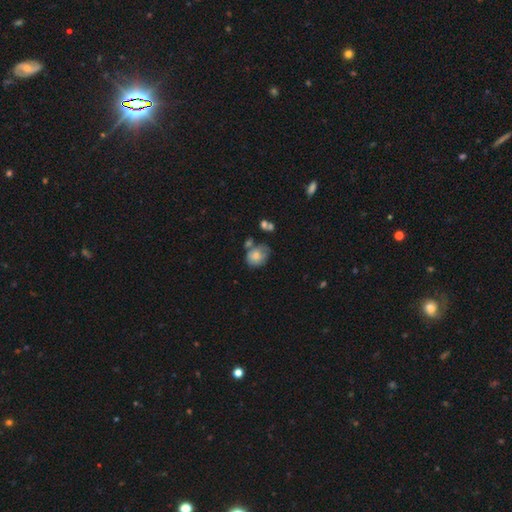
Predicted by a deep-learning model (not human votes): smooth_or_featured: smooth (p=0.70) [alt: featured or disk p=0.22]
how_rounded: round (p=0.56) [alt: in between p=0.43]
merging: none (p=0.41) [alt: minor disturbance p=0.28]